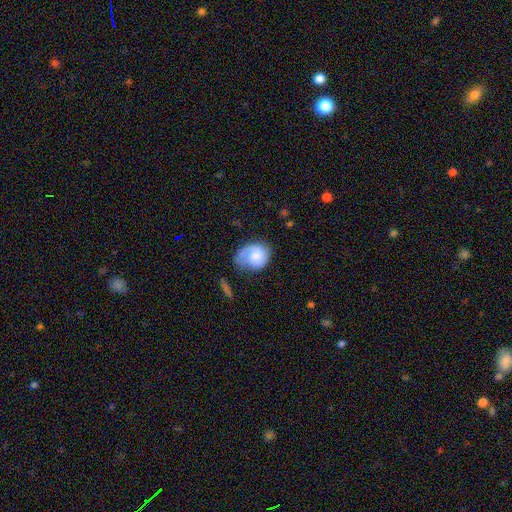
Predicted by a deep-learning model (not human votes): featured or disk 52%, smooth 41%, star or artifact 7%. Down the decision tree: edge-on disk — no (97%); bar — no (69%); spiral arms — yes (87%); bulge size — moderate (32%); merging — none (50%).